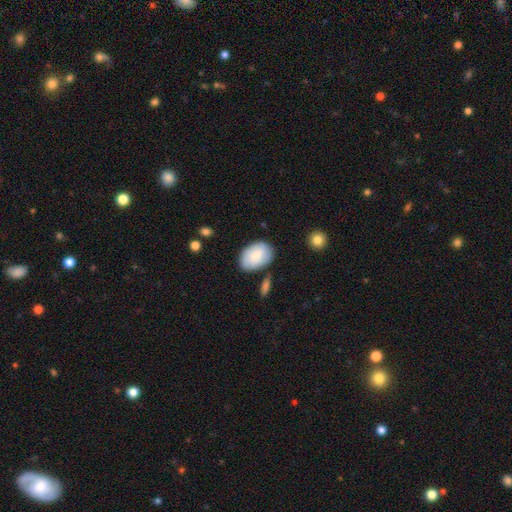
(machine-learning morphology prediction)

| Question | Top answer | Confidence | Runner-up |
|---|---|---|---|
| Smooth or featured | smooth | 84% | featured or disk (10%) |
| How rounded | in between | 87% | round (12%) |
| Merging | none | 74% | minor disturbance (17%) |